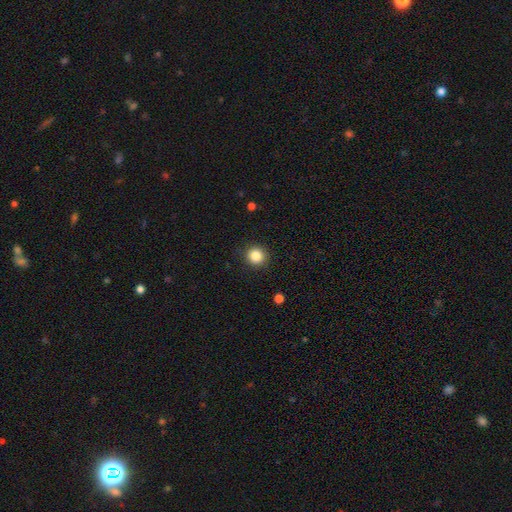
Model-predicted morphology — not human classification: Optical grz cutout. It shows a smooth galaxy with no disk features (85%) that is round (92%). Merging: none (90%).